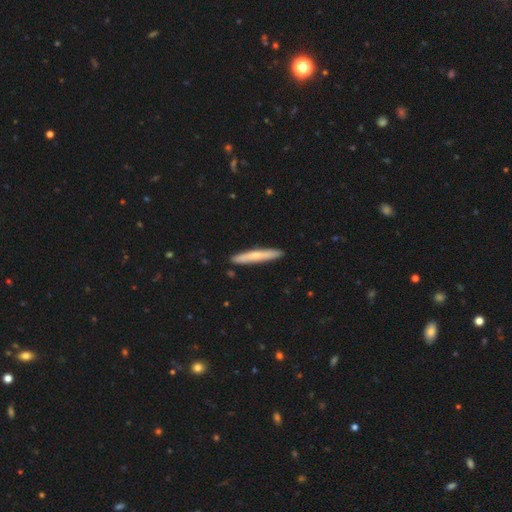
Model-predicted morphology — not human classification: Smooth or featured: smooth — 59% (featured or disk — 36%)
How rounded: cigar-shaped — 95% (in between — 4%)
Merging: none — 91% (minor disturbance — 7%)